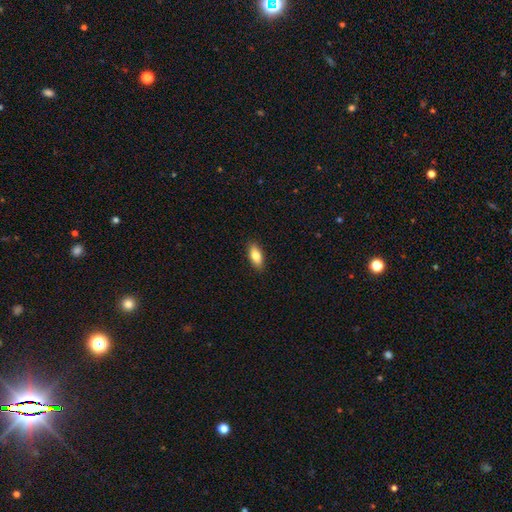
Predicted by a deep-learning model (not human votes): Smooth or featured? smooth (81%)
How rounded? in between (84%)
Merging? none (89%)